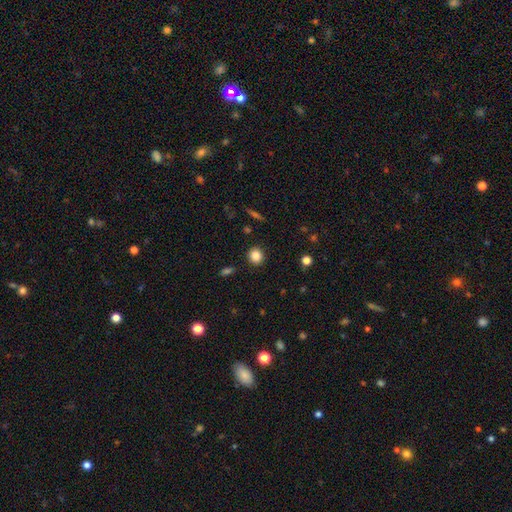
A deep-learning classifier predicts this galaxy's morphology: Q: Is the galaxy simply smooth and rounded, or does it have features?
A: smooth — 85%.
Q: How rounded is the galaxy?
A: round — 85%.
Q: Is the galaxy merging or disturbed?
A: none — 91%.